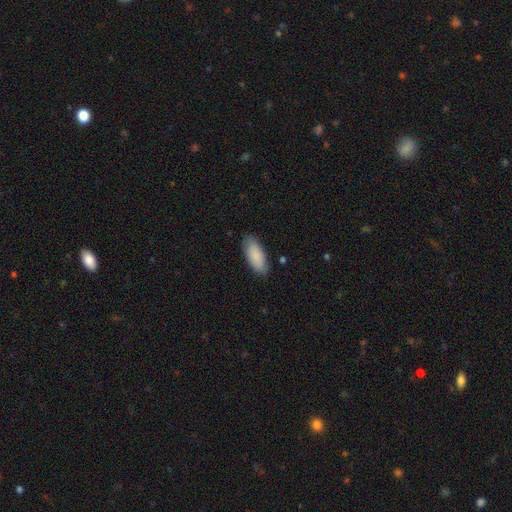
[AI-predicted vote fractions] This appears to be a smooth galaxy with no disk features (88%) that is in between round and cigar-shaped (82%). Merging: none (83%).